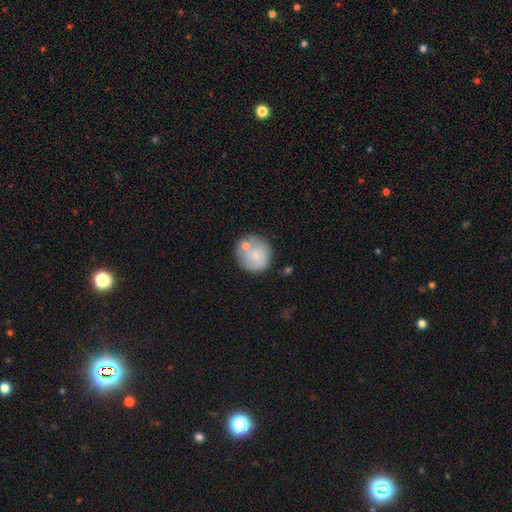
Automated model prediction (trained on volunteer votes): The model was most divided on "merging": none: 65%, merger: 17%, minor disturbance: 14%, major disturbance: 5%. More confident: how rounded — round (91%); smooth or featured — smooth (75%).